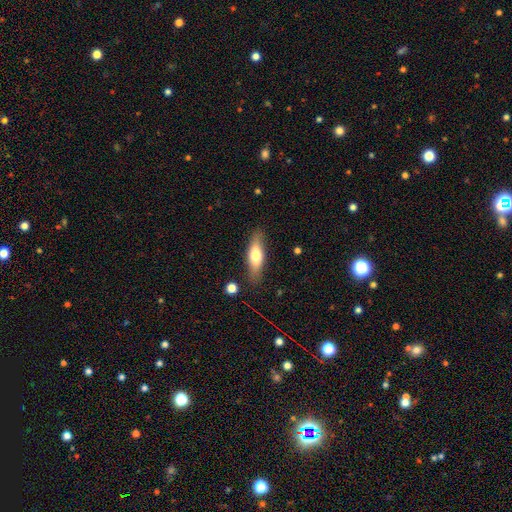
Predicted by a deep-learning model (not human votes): Smooth or featured? smooth (61%)
How rounded? cigar-shaped (50%)
Merging? none (84%)